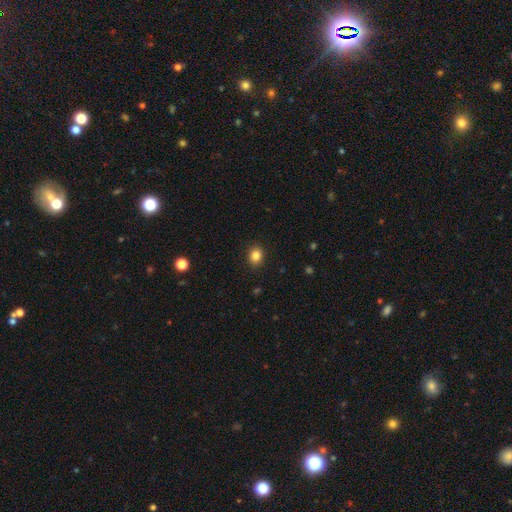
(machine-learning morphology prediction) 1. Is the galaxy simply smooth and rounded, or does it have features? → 85% smooth, 11% star or artifact, 5% featured or disk.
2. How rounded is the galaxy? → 58% round, 41% in between, 1% cigar-shaped.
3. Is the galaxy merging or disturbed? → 90% none, 7% minor disturbance, 2% major disturbance, 1% merger.